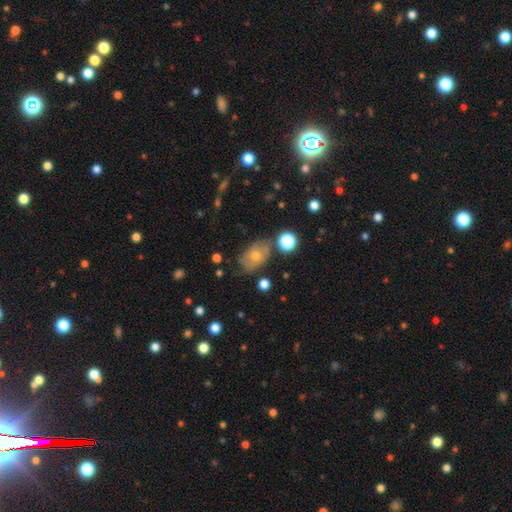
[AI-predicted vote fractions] A smooth galaxy with no disk features (53%) that is in between round and cigar-shaped (79%).

Vote fractions:
- Smooth or featured? smooth: 53% / featured or disk: 31% / star or artifact: 16%
- How rounded? in between: 79% / round: 19% / cigar-shaped: 2%
- Merging? none: 71% / minor disturbance: 19% / major disturbance: 6% / merger: 4%